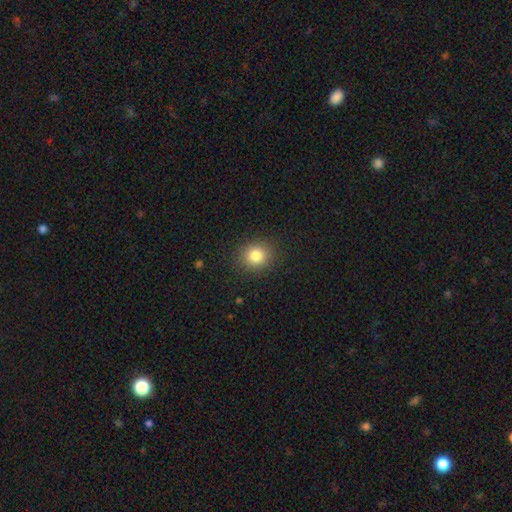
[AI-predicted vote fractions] This is clearly a smooth galaxy (83%). How rounded: likely round (77%). Merging: clearly none (88%).